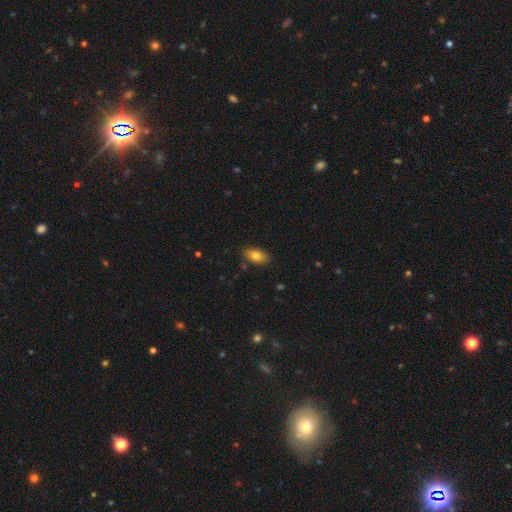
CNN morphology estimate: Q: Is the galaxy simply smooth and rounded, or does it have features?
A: smooth — 80%.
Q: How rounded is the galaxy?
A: in between — 90%.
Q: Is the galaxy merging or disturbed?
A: none — 85%.